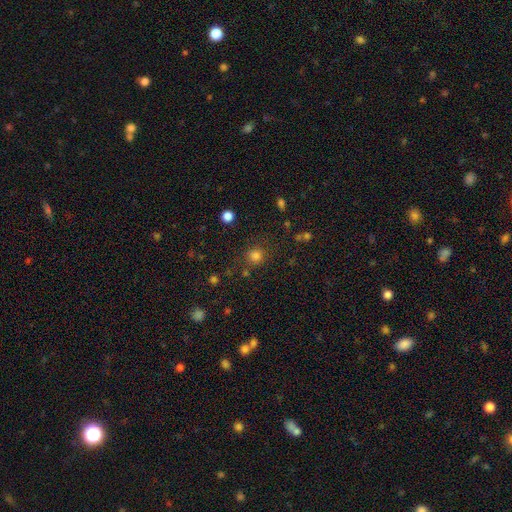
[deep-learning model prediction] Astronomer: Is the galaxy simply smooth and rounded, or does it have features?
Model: smooth — 80%.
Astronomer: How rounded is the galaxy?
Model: round — 90%.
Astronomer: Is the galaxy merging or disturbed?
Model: none — 80%.